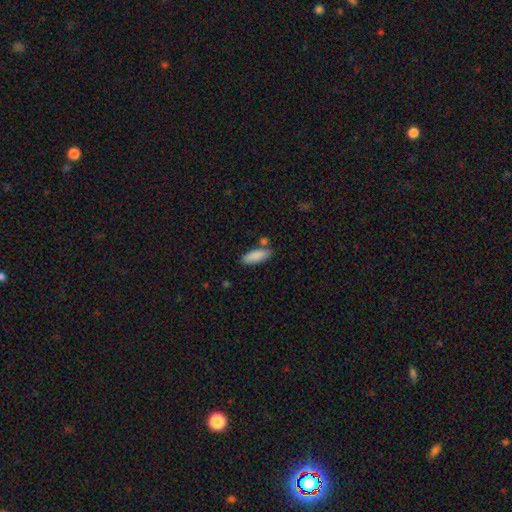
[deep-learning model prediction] This appears to be a smooth galaxy with no disk features (88%) that is in between round and cigar-shaped (62%). Merging: none (73%).